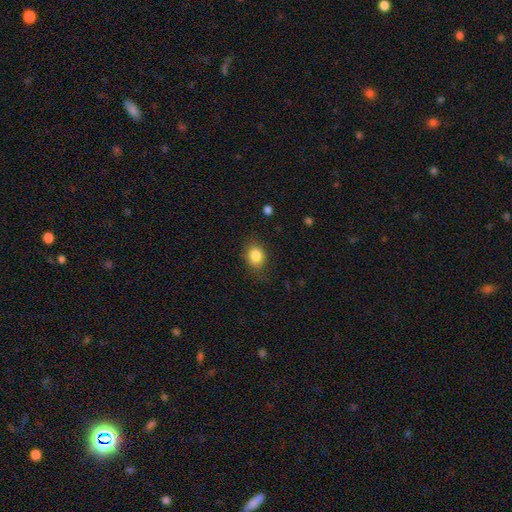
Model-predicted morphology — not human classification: smooth-or-featured: smooth: 84% | star or artifact: 10% | featured or disk: 6%
  how-rounded: round: 56% | in between: 43% | cigar-shaped: 1%
  merging: none: 78% | minor disturbance: 17% | major disturbance: 4% | merger: 1%